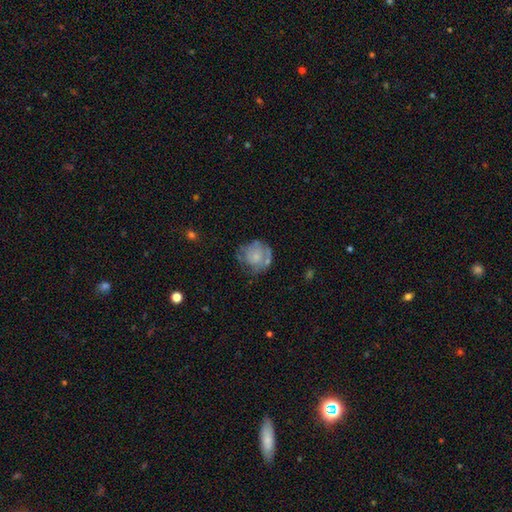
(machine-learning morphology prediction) Smooth or featured: smooth — 47% (featured or disk — 46%)
Merging: none — 49% (minor disturbance — 26%)